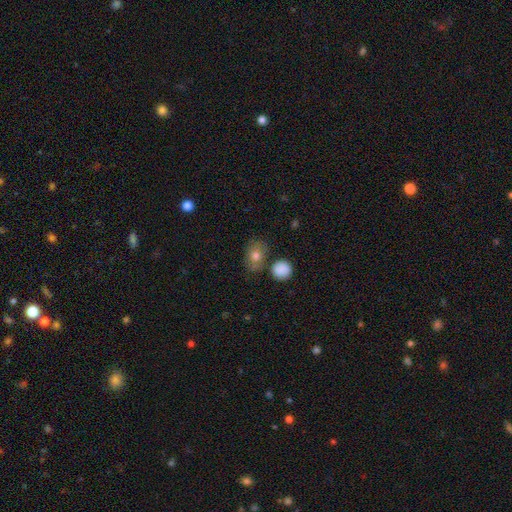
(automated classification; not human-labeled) Smooth or featured: smooth — 78% (featured or disk — 12%)
How rounded: in between — 58% (round — 40%)
Merging: none — 67% (minor disturbance — 17%)